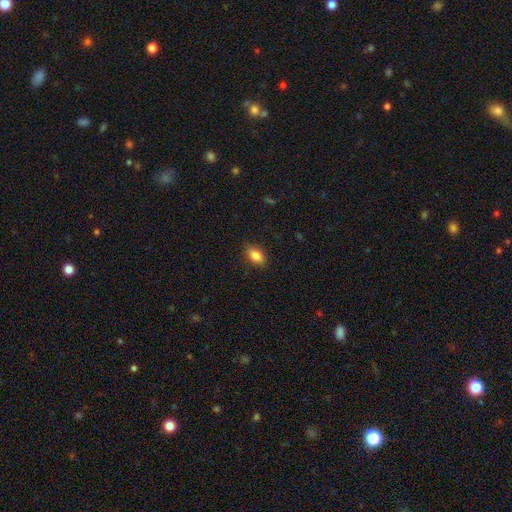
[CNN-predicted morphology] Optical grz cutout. It shows a smooth galaxy with no disk features (85%) that is in between round and cigar-shaped (86%). Merging: none (85%).